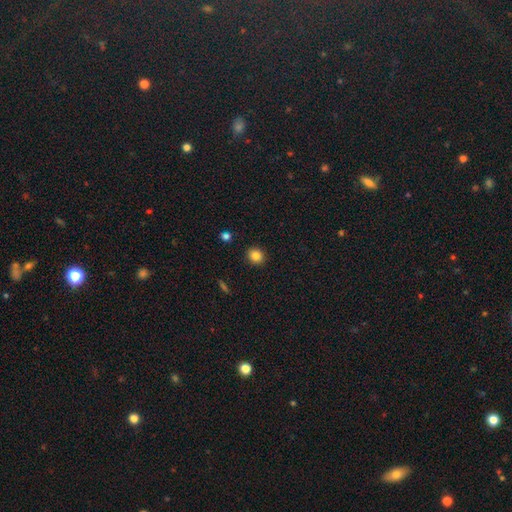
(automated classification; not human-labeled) A smooth galaxy with no disk features (83%) that is round (83%). Merging: none (91%).